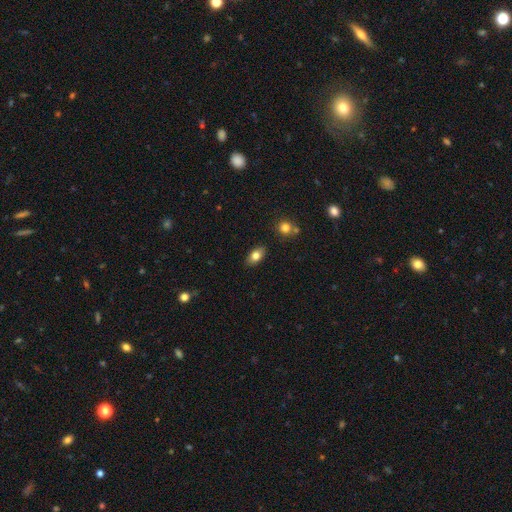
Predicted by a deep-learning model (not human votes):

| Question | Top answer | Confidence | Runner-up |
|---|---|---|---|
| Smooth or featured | smooth | 79% | featured or disk (12%) |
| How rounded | in between | 88% | round (9%) |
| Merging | none | 86% | minor disturbance (10%) |